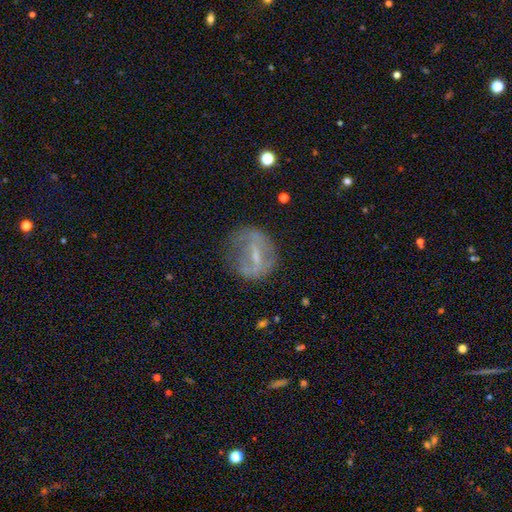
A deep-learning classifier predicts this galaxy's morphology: A featured or disk galaxy (58%) with a weak bar (44%), no spiral arms (59%) and a small central bulge (52%).

Vote fractions:
- Smooth or featured? featured or disk: 58% / smooth: 32% / star or artifact: 11%
- Edge-on disk? no: 93% / yes: 7%
- Bar? weak: 44% / strong: 33% / no: 24%
- Spiral arms? no: 59% / yes: 41%
- Bulge size? small: 52% / moderate: 23% / none: 22% / large: 2% / dominant: 1%
- Merging? none: 56% / minor disturbance: 24% / major disturbance: 18% / merger: 2%